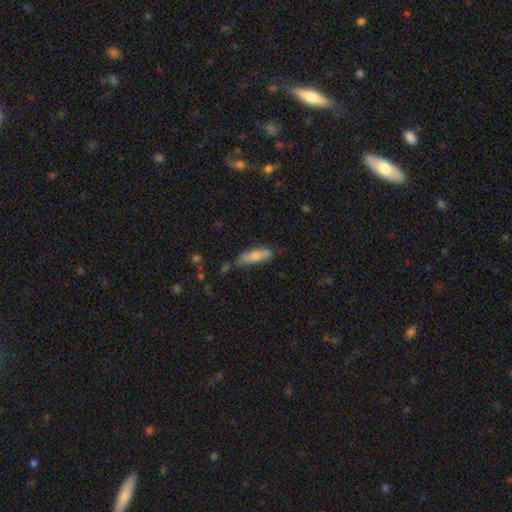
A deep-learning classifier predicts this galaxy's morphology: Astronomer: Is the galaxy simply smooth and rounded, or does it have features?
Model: smooth — 67%.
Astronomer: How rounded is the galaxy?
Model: cigar-shaped — 64%.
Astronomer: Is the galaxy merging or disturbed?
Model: none — 71%.